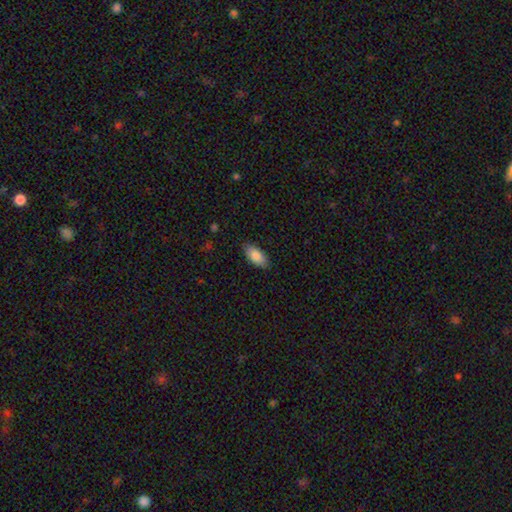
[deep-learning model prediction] Smooth or featured?
  - smooth: 86% *
  - featured or disk: 7%
  - star or artifact: 6%
How rounded?
  - in between: 90% *
  - cigar-shaped: 8%
  - round: 2%
Merging?
  - none: 86% *
  - minor disturbance: 11%
  - major disturbance: 2%
  - merger: 1%